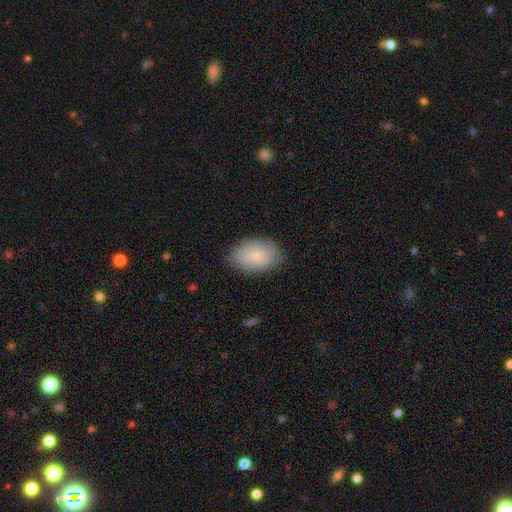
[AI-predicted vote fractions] A smooth galaxy with no disk features (63%) that is in between round and cigar-shaped (86%).

Vote fractions:
- Smooth or featured? smooth: 63% / featured or disk: 29% / star or artifact: 8%
- How rounded? in between: 86% / round: 13% / cigar-shaped: 1%
- Merging? none: 79% / minor disturbance: 16% / major disturbance: 4% / merger: 1%